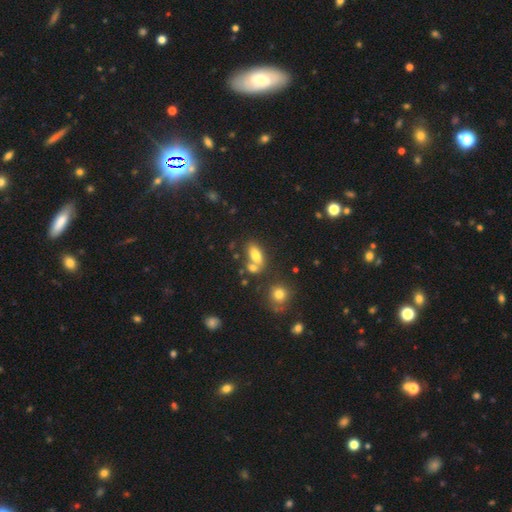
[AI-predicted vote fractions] smooth_or_featured: smooth (p=0.77) [alt: featured or disk p=0.13]
how_rounded: in between (p=0.82) [alt: cigar-shaped p=0.11]
merging: none (p=0.48) [alt: merger p=0.35]